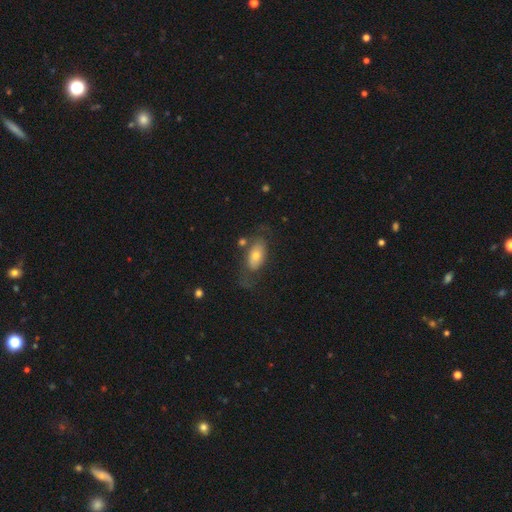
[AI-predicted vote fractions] smooth_or_featured: smooth (p=0.58) [alt: featured or disk p=0.34]
how_rounded: in between (p=0.89) [alt: cigar-shaped p=0.06]
merging: none (p=0.56) [alt: minor disturbance p=0.21]